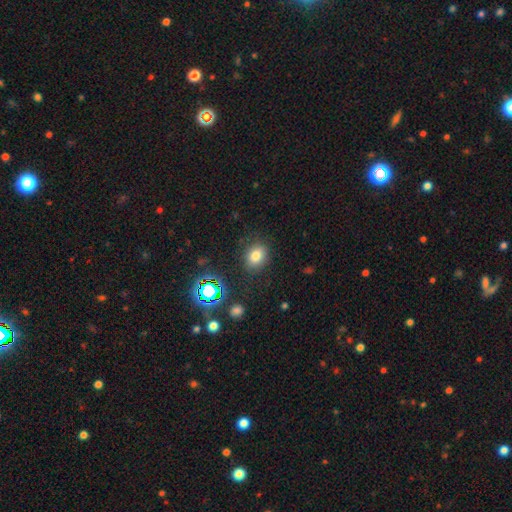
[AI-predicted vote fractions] A smooth galaxy with no disk features (75%) that is in between round and cigar-shaped (50%). Merging: none (83%).